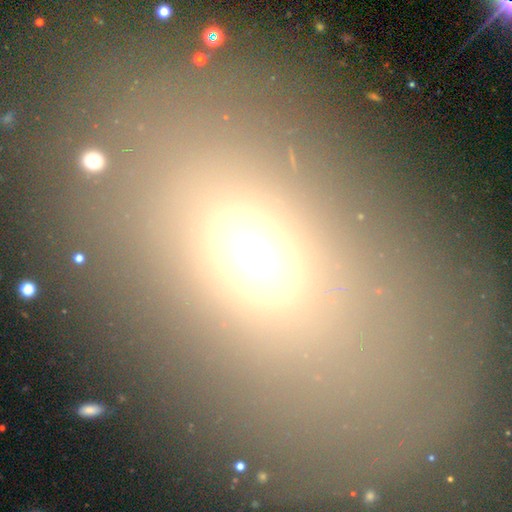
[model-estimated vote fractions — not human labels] Smooth or featured? smooth (62%)
How rounded? in between (71%)
Merging? none (71%)